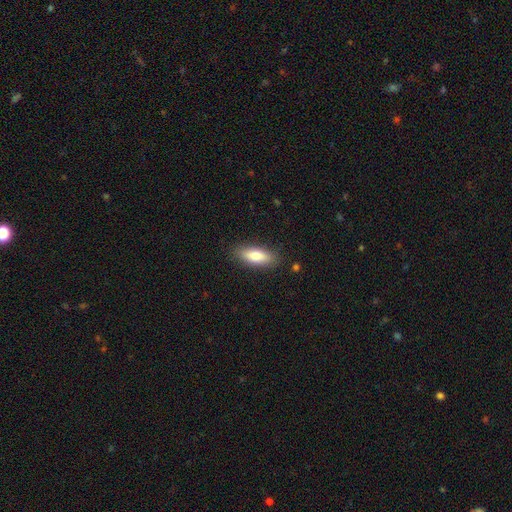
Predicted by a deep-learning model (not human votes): smooth-or-featured: smooth: 78% | featured or disk: 15% | star or artifact: 6%
  how-rounded: in between: 67% | cigar-shaped: 31% | round: 2%
  merging: none: 86% | minor disturbance: 10% | major disturbance: 2% | merger: 1%